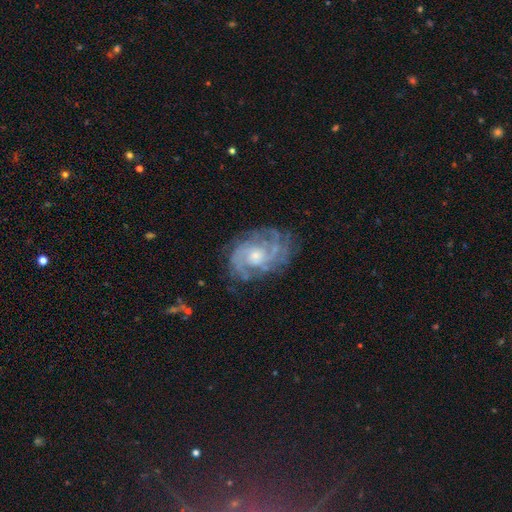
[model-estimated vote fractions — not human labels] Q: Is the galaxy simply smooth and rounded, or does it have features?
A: featured or disk — 84%.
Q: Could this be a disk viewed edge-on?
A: no — 97%.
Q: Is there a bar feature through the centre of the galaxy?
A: no — 73%.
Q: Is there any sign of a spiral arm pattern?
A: yes — 93%.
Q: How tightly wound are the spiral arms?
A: tight — 53%.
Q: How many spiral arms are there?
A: can't tell — 33%.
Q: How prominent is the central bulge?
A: small — 53%.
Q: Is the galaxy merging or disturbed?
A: none — 71%.